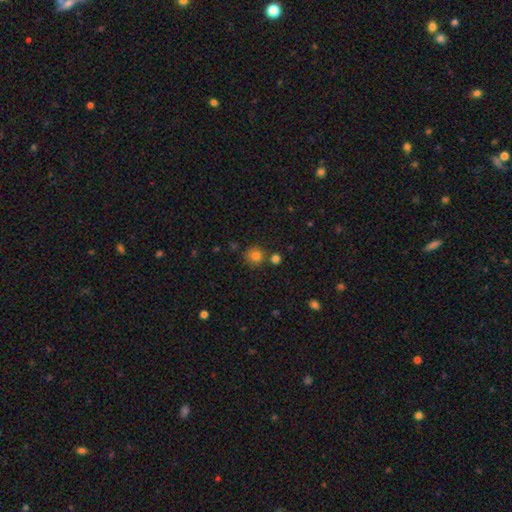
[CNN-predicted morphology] Smooth or featured?
  - smooth: 81% *
  - star or artifact: 12%
  - featured or disk: 7%
How rounded?
  - round: 91% *
  - in between: 8%
  - cigar-shaped: 1%
Merging?
  - none: 75% *
  - merger: 12%
  - minor disturbance: 10%
  - major disturbance: 3%